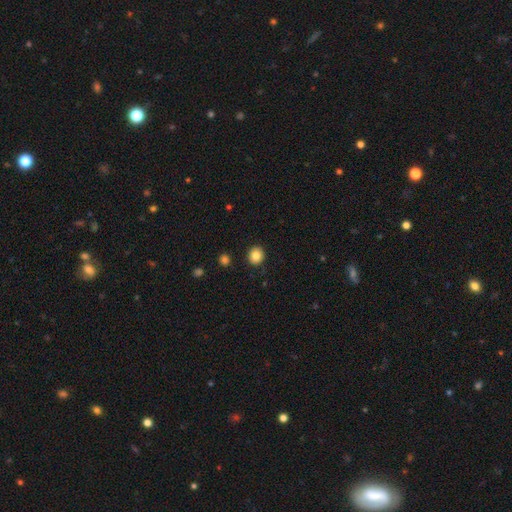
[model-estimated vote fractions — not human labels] This appears to be a smooth galaxy with no disk features (85%) that is round (83%). Merging: none (90%).